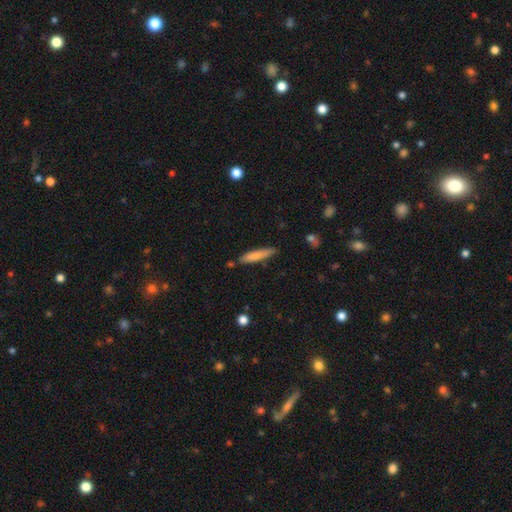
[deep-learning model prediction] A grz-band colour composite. It shows a smooth galaxy with no disk features (77%) that is cigar-shaped (88%). Merging: none (78%).